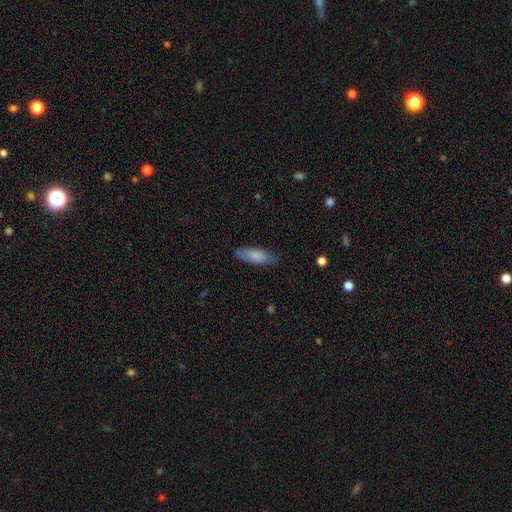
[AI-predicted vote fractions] This appears to be a smooth galaxy with no disk features (78%) that is in between round and cigar-shaped (69%). Merging: none (75%).